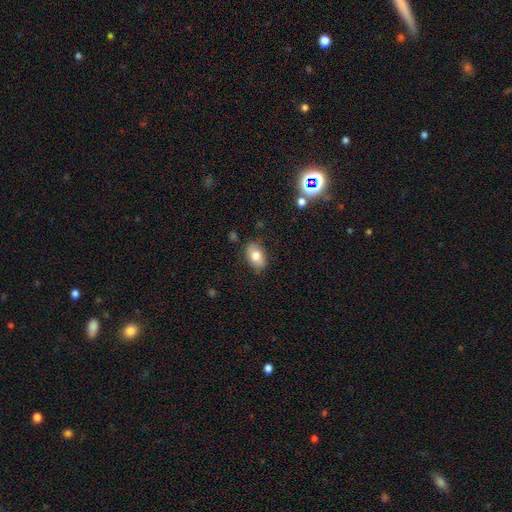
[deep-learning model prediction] A smooth galaxy with no disk features (75%) that is in between round and cigar-shaped (86%). Merging: none (80%).